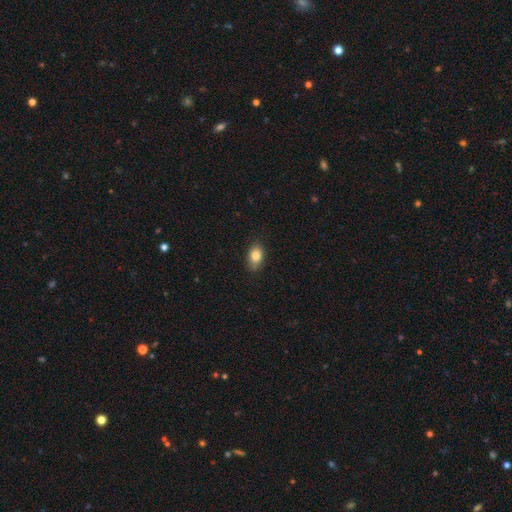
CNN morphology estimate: A smooth galaxy with no disk features (82%) that is in between round and cigar-shaped (86%).

Vote fractions:
- Smooth or featured? smooth: 82% / featured or disk: 9% / star or artifact: 8%
- How rounded? in between: 86% / round: 12% / cigar-shaped: 2%
- Merging? none: 85% / minor disturbance: 12% / major disturbance: 2% / merger: 1%